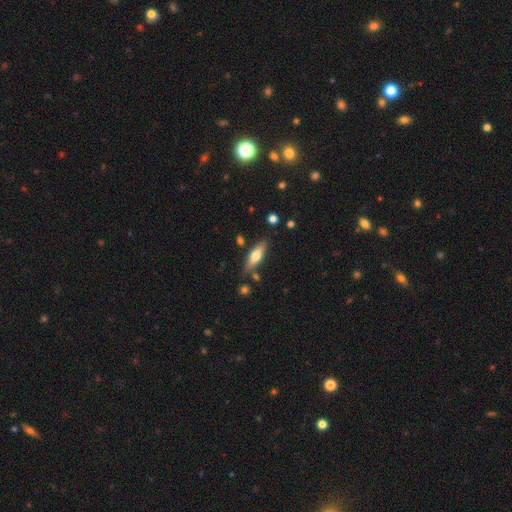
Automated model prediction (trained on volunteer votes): Smooth or featured? smooth (48%)
Merging? none (80%)